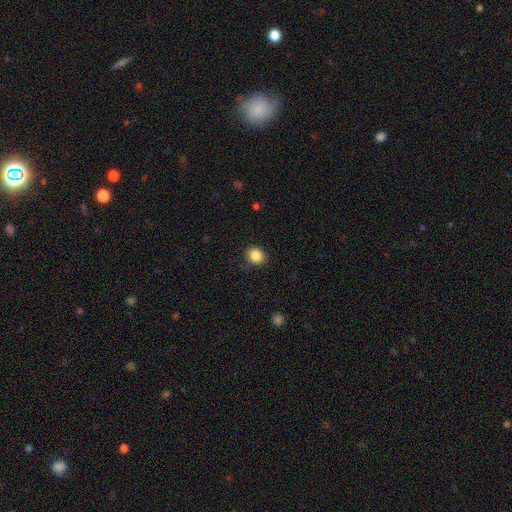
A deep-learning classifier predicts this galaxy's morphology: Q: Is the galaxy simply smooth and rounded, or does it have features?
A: smooth — 87%.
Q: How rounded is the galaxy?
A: round — 74%.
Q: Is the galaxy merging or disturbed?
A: none — 87%.